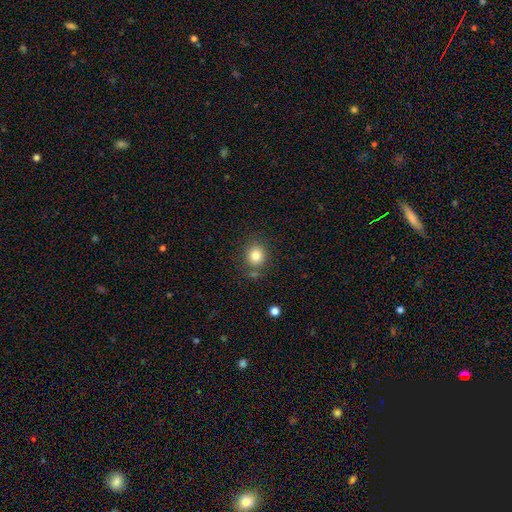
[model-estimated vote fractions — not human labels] This is clearly a smooth galaxy (83%). How rounded: clearly round (82%). Merging: likely none (78%).